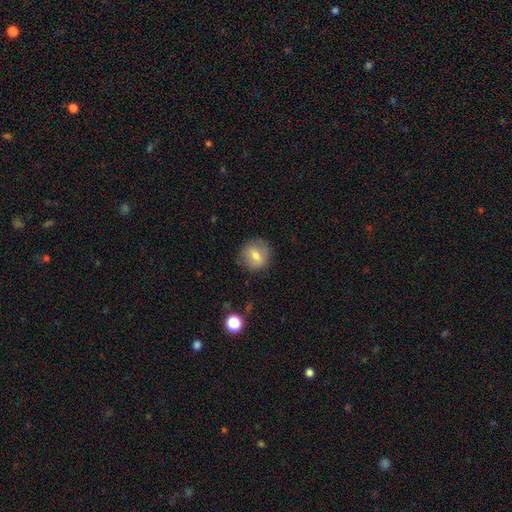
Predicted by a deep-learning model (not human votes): A smooth galaxy with no disk features (66%) that is round (79%). Merging: none (80%).